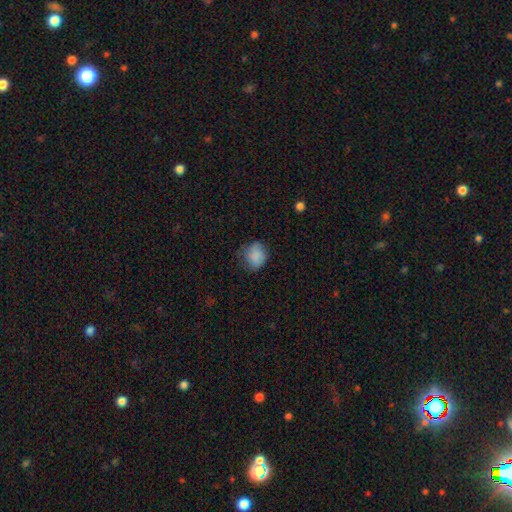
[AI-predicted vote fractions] A smooth galaxy with no disk features (79%) that is round (64%). Merging: none (57%).